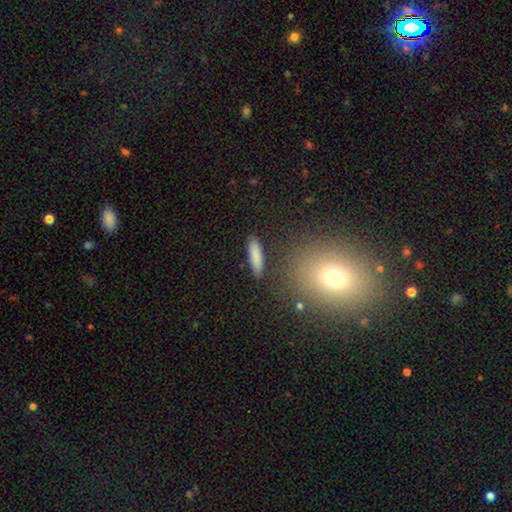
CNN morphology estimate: Smooth or featured? Predicted: smooth (p=0.85). How rounded? Predicted: cigar-shaped (p=0.64). Merging? Predicted: none (p=0.86).